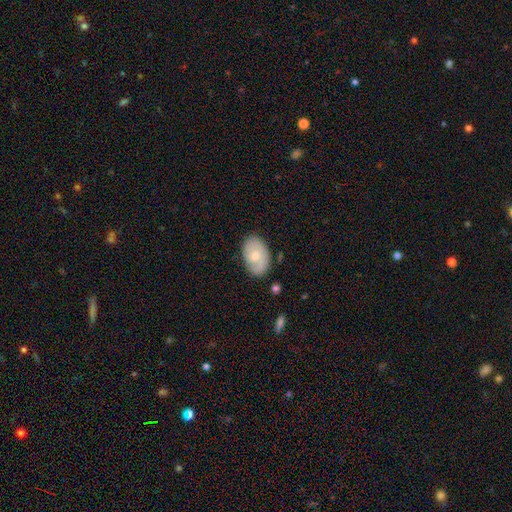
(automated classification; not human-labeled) This appears to be a smooth galaxy with no disk features (53%) that is in between round and cigar-shaped (87%). Merging: none (74%).